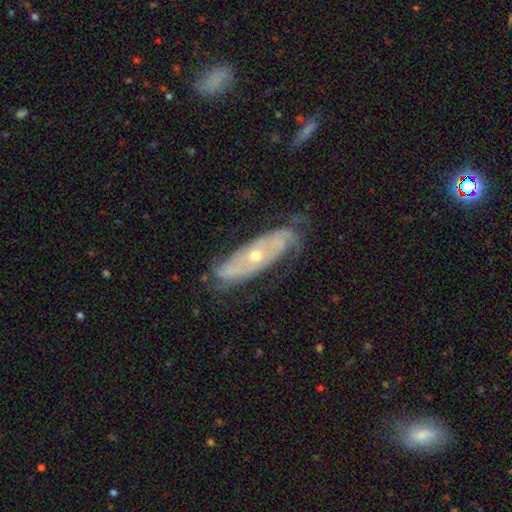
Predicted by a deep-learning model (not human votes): The model was most divided on "bulge size": moderate: 53%, small: 43%, large: 2%, none: 1%, dominant: 1%. More confident: spiral arms — yes (80%); edge-on disk — no (80%); bar — no (78%); smooth or featured — featured or disk (75%); merging — none (59%).